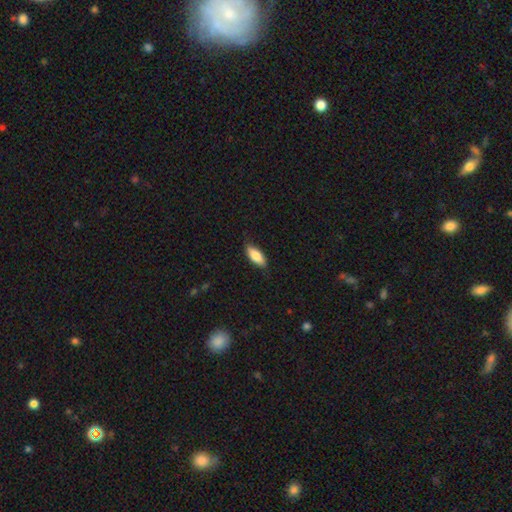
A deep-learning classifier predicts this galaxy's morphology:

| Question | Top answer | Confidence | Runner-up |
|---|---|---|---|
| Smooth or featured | smooth | 83% | featured or disk (11%) |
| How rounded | in between | 78% | cigar-shaped (20%) |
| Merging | none | 83% | minor disturbance (13%) |